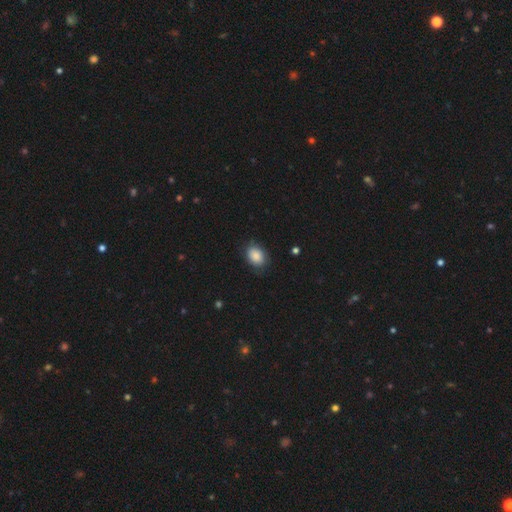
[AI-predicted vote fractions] smooth 86%, star or artifact 7%, featured or disk 6%. Down the decision tree: how rounded — in between (71%); merging — none (78%).